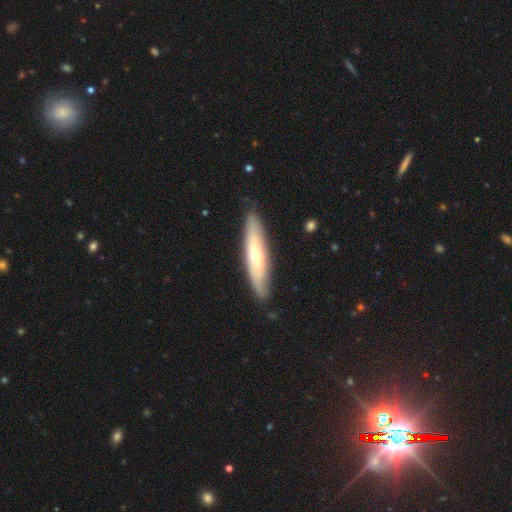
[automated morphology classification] Smooth or featured? smooth (49%)
Merging? none (85%)